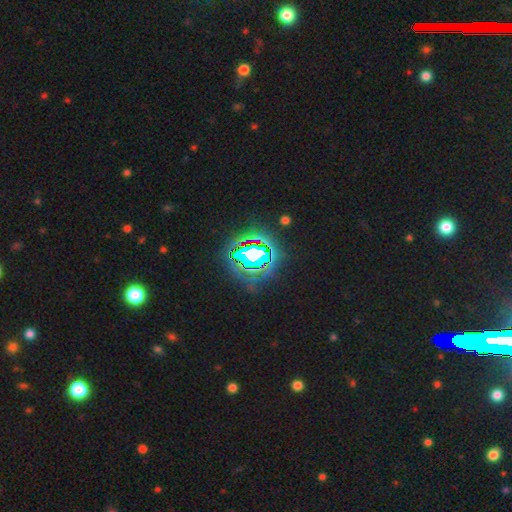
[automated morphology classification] Overall: star or artifact (83%).